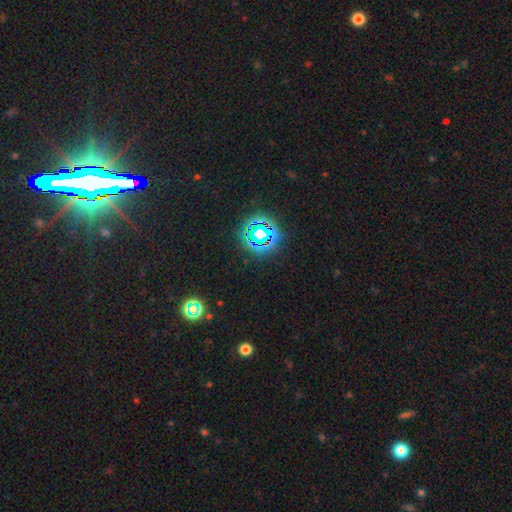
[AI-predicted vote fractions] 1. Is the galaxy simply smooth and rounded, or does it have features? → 80% star or artifact, 12% smooth, 8% featured or disk.